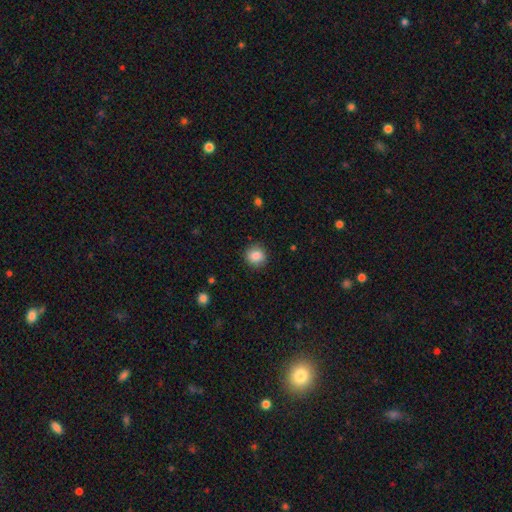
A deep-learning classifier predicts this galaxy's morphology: The model was most divided on "smooth or featured": smooth: 86%, star or artifact: 9%, featured or disk: 5%. More confident: how rounded — round (89%); merging — none (89%).